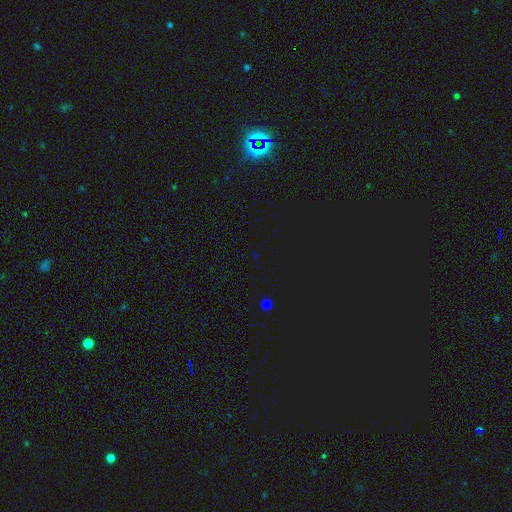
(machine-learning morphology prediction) smooth_or_featured: star or artifact (p=0.72) [alt: smooth p=0.21]